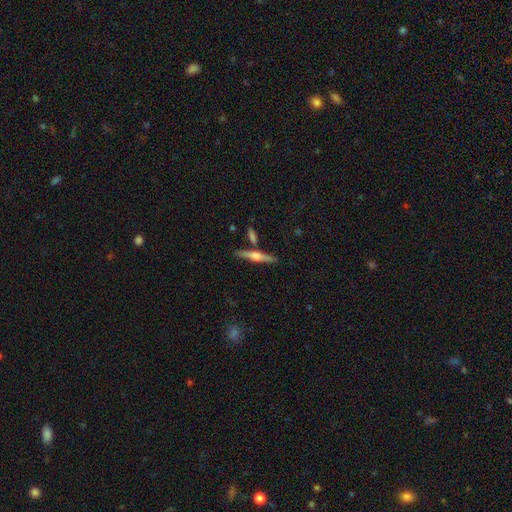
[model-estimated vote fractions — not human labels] smooth_or_featured: featured or disk (p=0.65) [alt: smooth p=0.29]
disk_edge_on: yes (p=0.97) [alt: no p=0.03]
edge_on_bulge: rounded (p=0.85) [alt: boxy p=0.10]
merging: none (p=0.80) [alt: minor disturbance p=0.09]